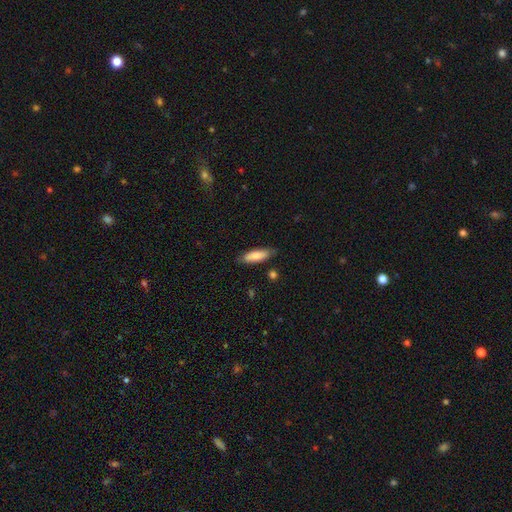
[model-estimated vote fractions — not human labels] smooth_or_featured: smooth (p=0.84) [alt: featured or disk p=0.10]
how_rounded: in between (p=0.51) [alt: cigar-shaped p=0.47]
merging: none (p=0.80) [alt: minor disturbance p=0.15]